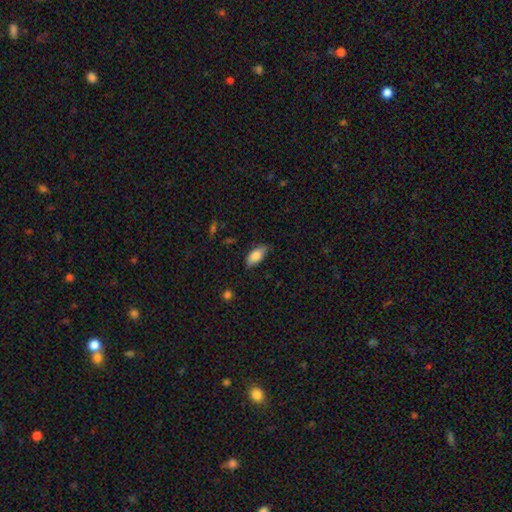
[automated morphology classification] smooth-or-featured: smooth: 82% | featured or disk: 12% | star or artifact: 7%
  how-rounded: in between: 90% | cigar-shaped: 8% | round: 3%
  merging: none: 76% | minor disturbance: 20% | major disturbance: 3% | merger: 1%